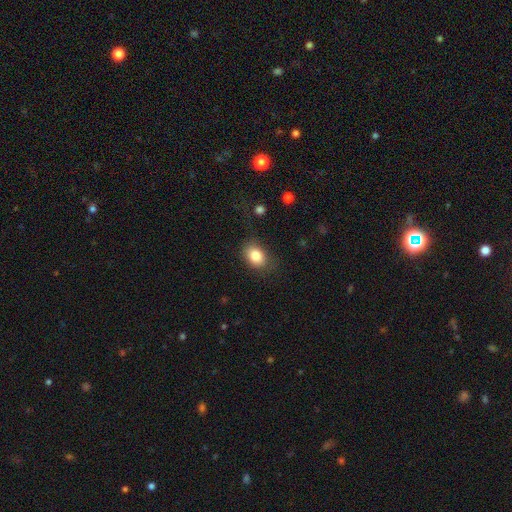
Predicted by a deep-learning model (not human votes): smooth 83%, star or artifact 9%, featured or disk 9%. Down the decision tree: how rounded — in between (68%); merging — none (77%).